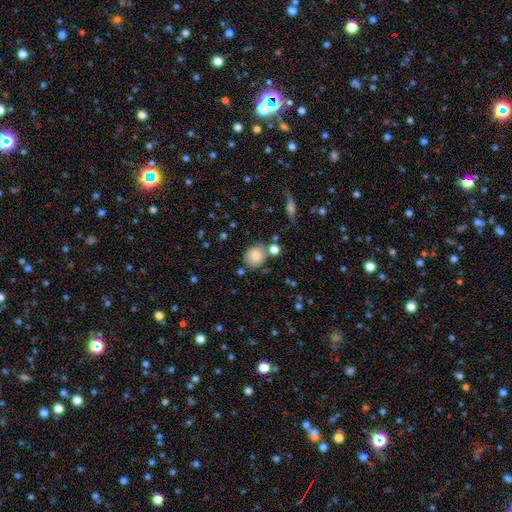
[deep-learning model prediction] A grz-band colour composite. It shows a smooth galaxy with no disk features (78%) that is round (73%). Merging: none (70%).